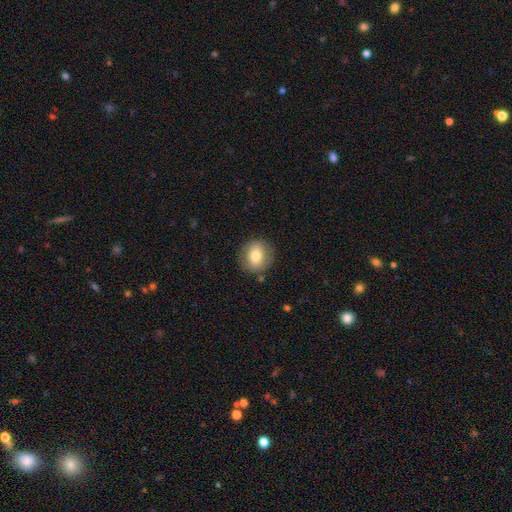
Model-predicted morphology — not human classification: This is likely a smooth galaxy (74%). How rounded: clearly round (80%). Merging: clearly none (83%).